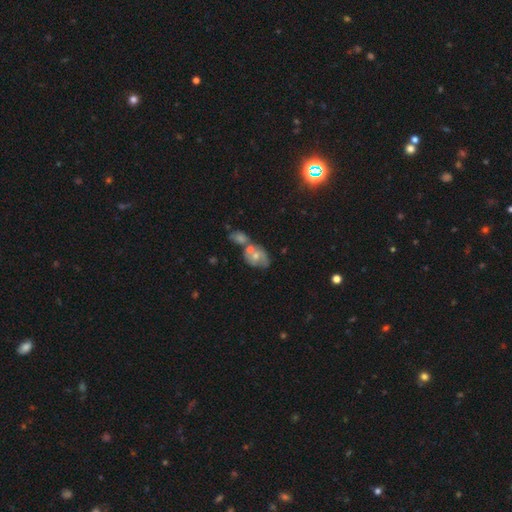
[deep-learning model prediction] smooth_or_featured: smooth (p=0.45) [alt: featured or disk p=0.43]
merging: merger (p=0.56) [alt: none p=0.24]